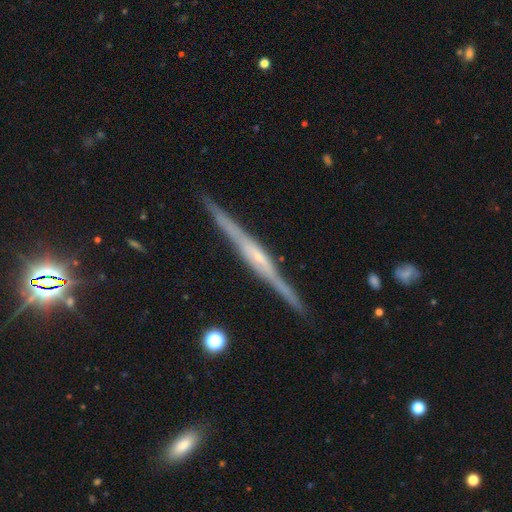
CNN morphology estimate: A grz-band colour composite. It shows a featured or disk galaxy (83%) viewed edge-on (98%) with a rounded central bulge (51%). Merging: none (90%).